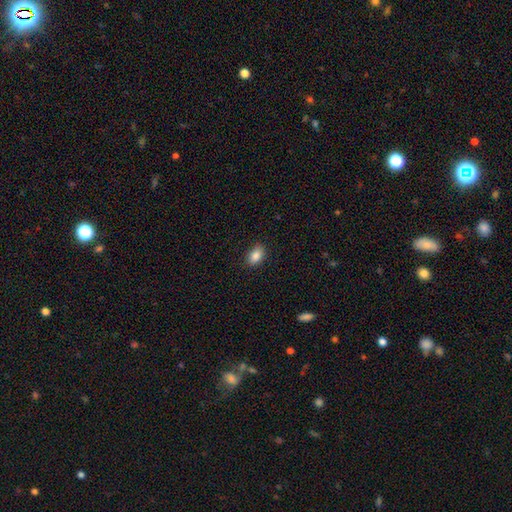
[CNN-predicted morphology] Smooth or featured? smooth (87%)
How rounded? in between (86%)
Merging? none (87%)